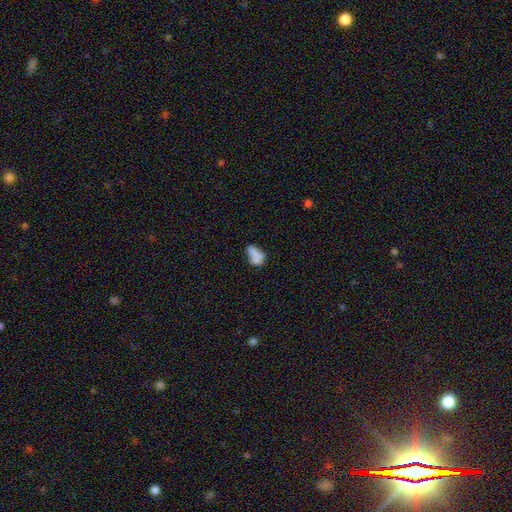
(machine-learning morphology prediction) This is likely a smooth galaxy (71%). How rounded: clearly in between (86%). Merging: marginally none (34%).